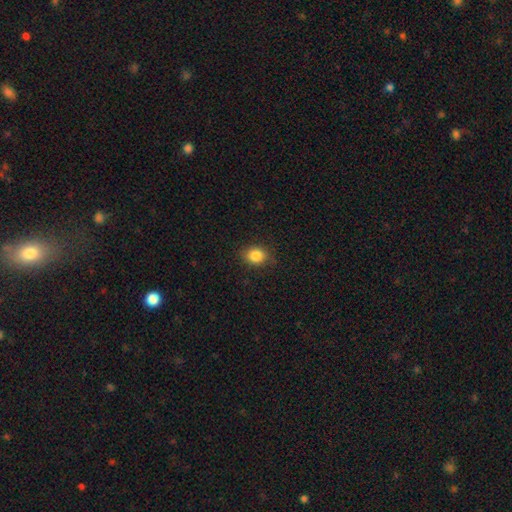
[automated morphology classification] smooth 86%, star or artifact 10%, featured or disk 5%. Down the decision tree: how rounded — round (59%); merging — none (85%).